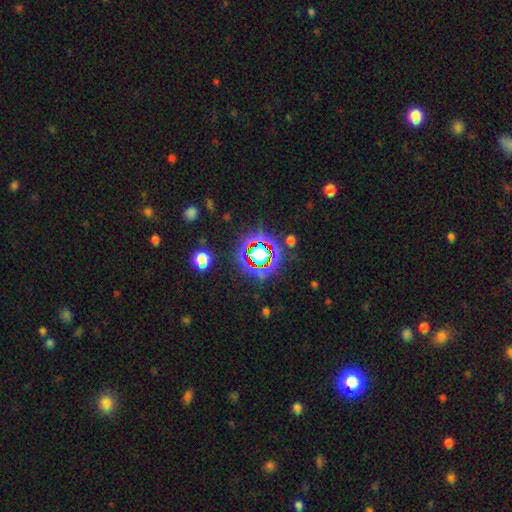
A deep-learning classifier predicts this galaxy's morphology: star or artifact 78%, smooth 13%, featured or disk 9%.